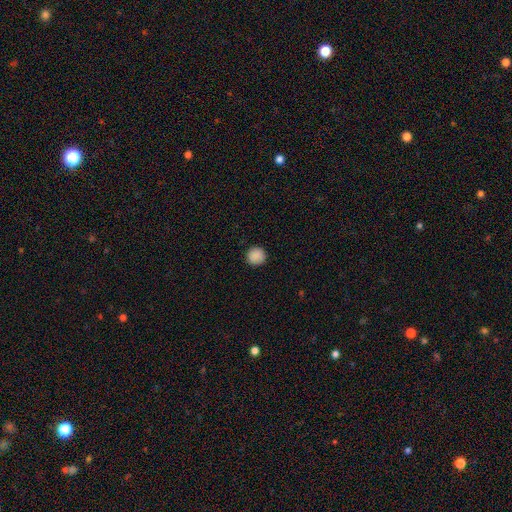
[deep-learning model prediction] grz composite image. It shows a smooth galaxy with no disk features (89%) that is round (94%). Merging: none (91%).